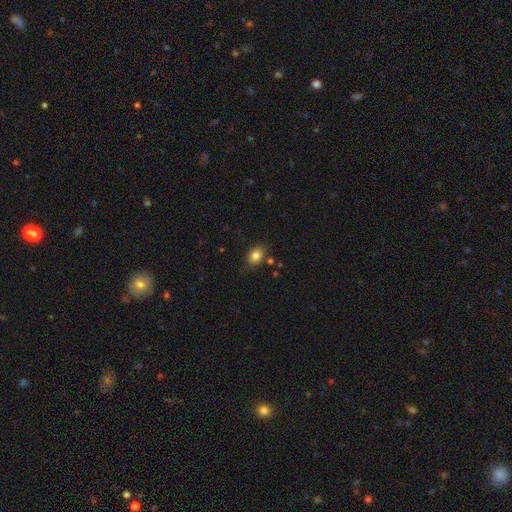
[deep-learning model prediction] Overall: smooth (82%). How rounded: in between (65%; round 33%). Merging: none (74%).